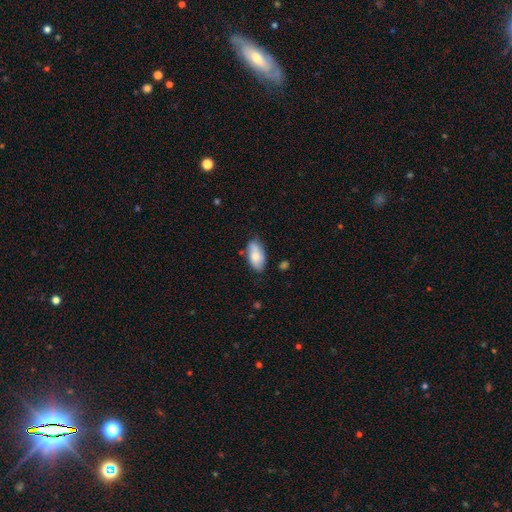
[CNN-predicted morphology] The model was most divided on "merging": none: 74%, minor disturbance: 20%, major disturbance: 3%, merger: 3%. More confident: how rounded — in between (93%); smooth or featured — smooth (76%).